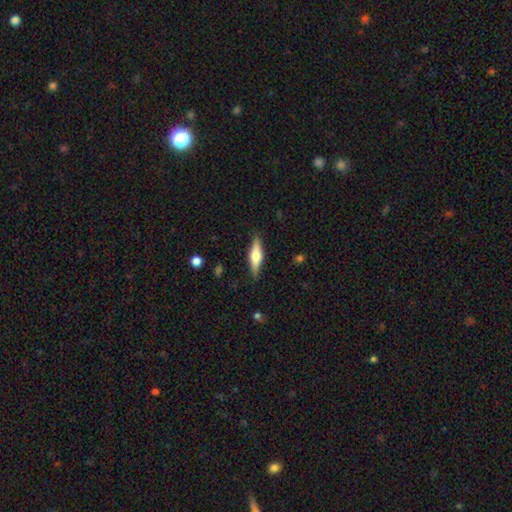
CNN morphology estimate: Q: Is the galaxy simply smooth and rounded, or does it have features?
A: featured or disk — 50%.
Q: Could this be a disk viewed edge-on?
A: yes — 94%.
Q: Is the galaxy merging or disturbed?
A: none — 87%.